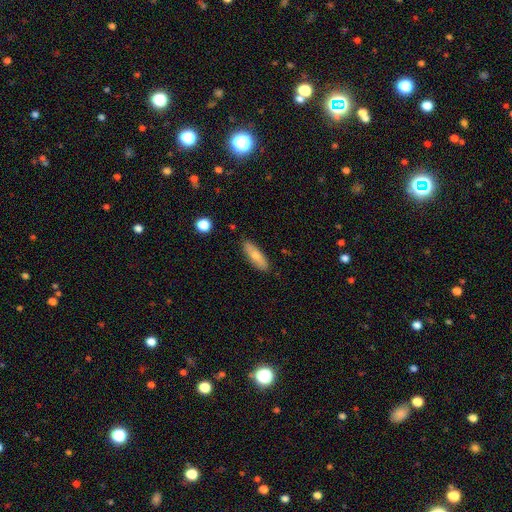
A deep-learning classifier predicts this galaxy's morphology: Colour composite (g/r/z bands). It shows a smooth galaxy with no disk features (71%) that is in between round and cigar-shaped (54%). Merging: none (84%).